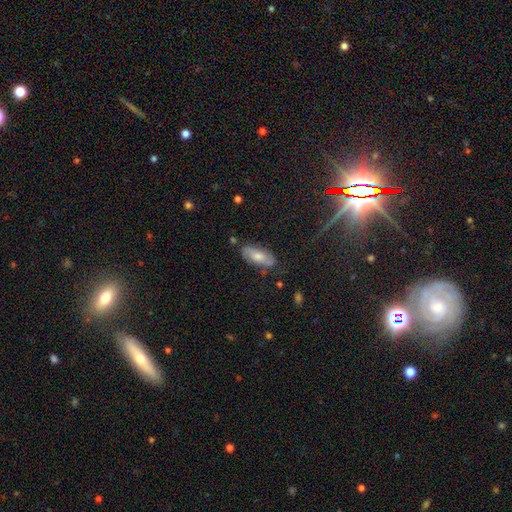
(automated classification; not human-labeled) Q: Smooth or featured?
A: smooth (58%); runner-up: featured or disk (30%)
Q: How rounded?
A: in between (78%); runner-up: cigar-shaped (20%)
Q: Merging?
A: none (76%); runner-up: minor disturbance (18%)